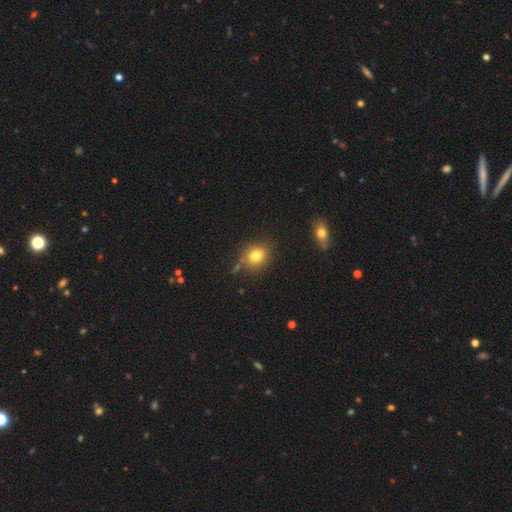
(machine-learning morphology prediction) A smooth galaxy with no disk features (78%) that is round (74%). Merging: none (76%).